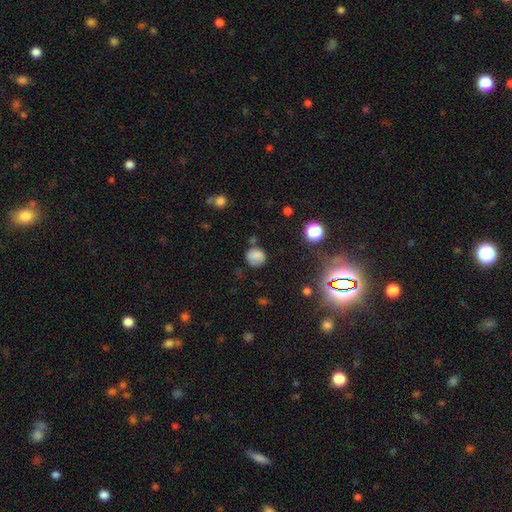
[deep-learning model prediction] This is likely a smooth galaxy (78%). How rounded: likely round (78%). Merging: likely none (67%).